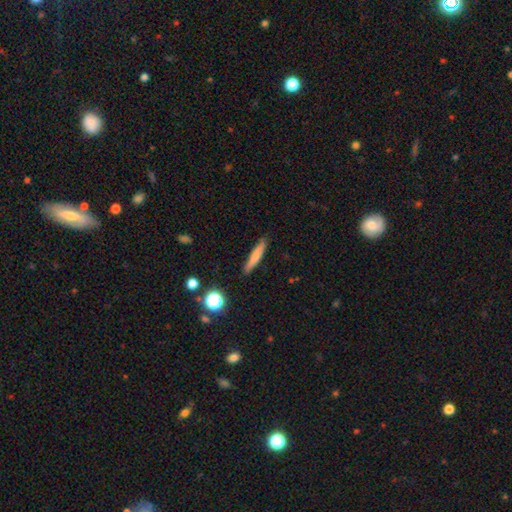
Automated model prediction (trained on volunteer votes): Smooth or featured?
  - smooth: 71% *
  - featured or disk: 21%
  - star or artifact: 8%
How rounded?
  - cigar-shaped: 92% *
  - in between: 6%
  - round: 2%
Merging?
  - none: 88% *
  - minor disturbance: 9%
  - major disturbance: 2%
  - merger: 2%